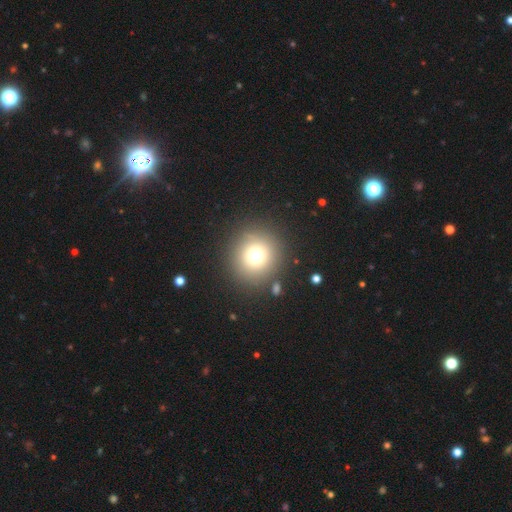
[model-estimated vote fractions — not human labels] A smooth galaxy with no disk features (70%) that is round (93%).

Vote fractions:
- Smooth or featured? smooth: 70% / star or artifact: 17% / featured or disk: 13%
- How rounded? round: 93% / in between: 7% / cigar-shaped: 1%
- Merging? none: 84% / minor disturbance: 8% / major disturbance: 4% / merger: 4%